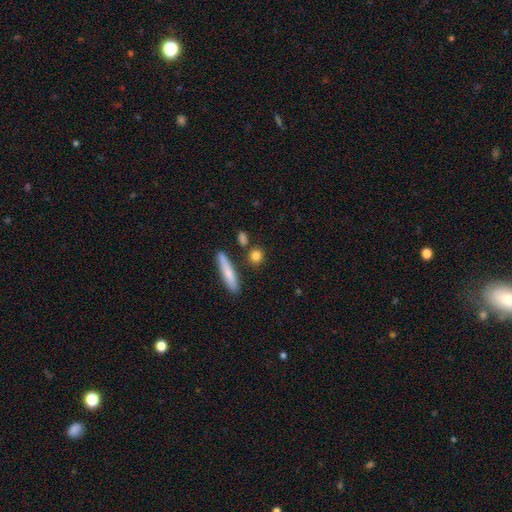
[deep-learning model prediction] The model was most divided on "how rounded": round: 64%, in between: 19%, cigar-shaped: 17%. More confident: smooth or featured — smooth (82%); merging — none (81%).